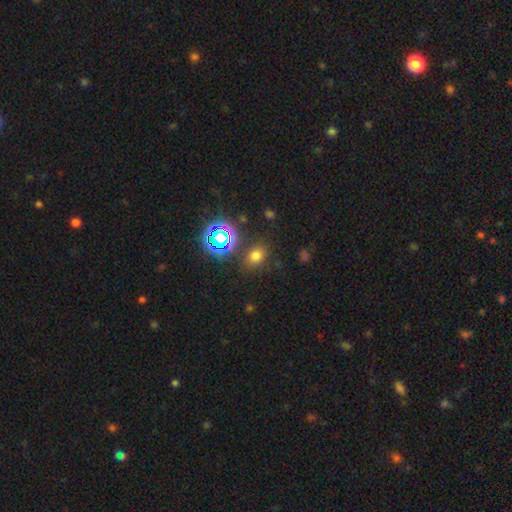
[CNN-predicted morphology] This appears to be a smooth galaxy with no disk features (67%) that is in between round and cigar-shaped (56%). Merging: none (83%).